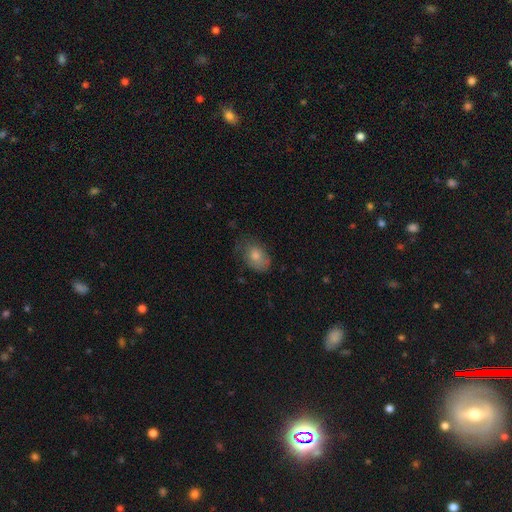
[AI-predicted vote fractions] Smooth or featured? smooth (67%)
How rounded? in between (78%)
Merging? none (63%)